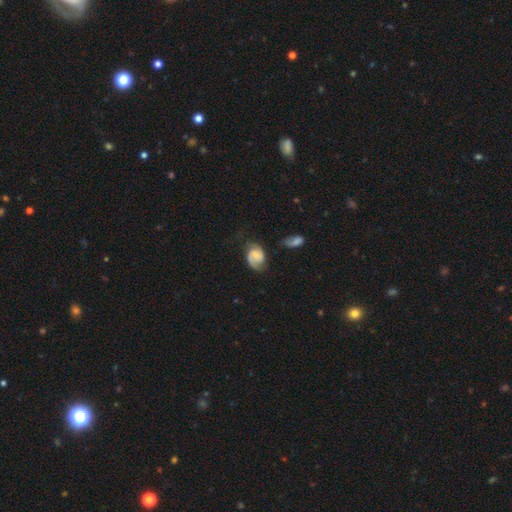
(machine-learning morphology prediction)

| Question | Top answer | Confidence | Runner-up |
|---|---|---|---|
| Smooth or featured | featured or disk | 60% | smooth (32%) |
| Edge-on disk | no | 97% | yes (3%) |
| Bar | no | 51% | weak (40%) |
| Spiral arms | yes | 91% | no (9%) |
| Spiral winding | medium | 43% | tight (32%) |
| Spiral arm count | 2 | 62% | 1 (27%) |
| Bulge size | none | 35% | small (33%) |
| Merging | none | 51% | minor disturbance (26%) |